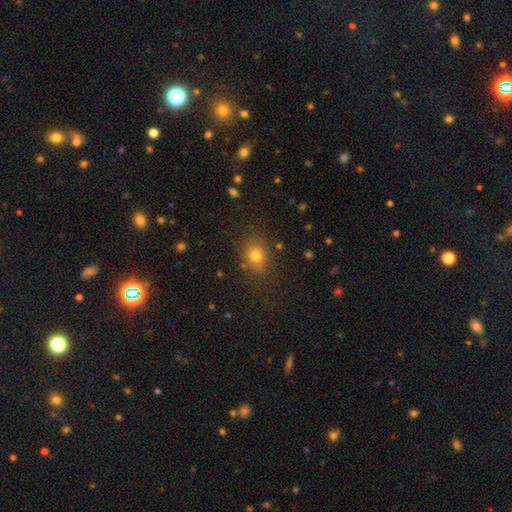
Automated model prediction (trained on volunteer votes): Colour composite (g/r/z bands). It shows a smooth galaxy with no disk features (76%) that is round (58%). Merging: none (82%).